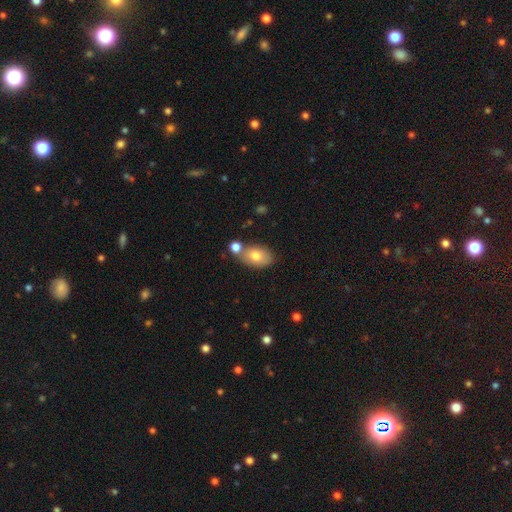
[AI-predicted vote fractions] Morphology: type=smooth (76%); roundness=in between (87%); merging=none (56%).